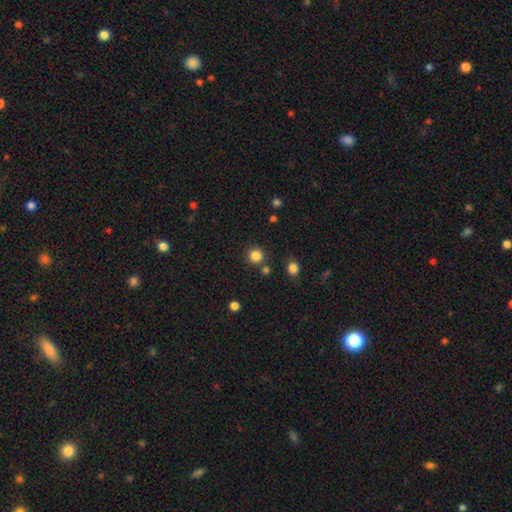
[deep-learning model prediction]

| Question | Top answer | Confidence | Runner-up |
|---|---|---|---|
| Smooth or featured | smooth | 83% | star or artifact (13%) |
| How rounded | round | 93% | in between (6%) |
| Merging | none | 84% | minor disturbance (7%) |